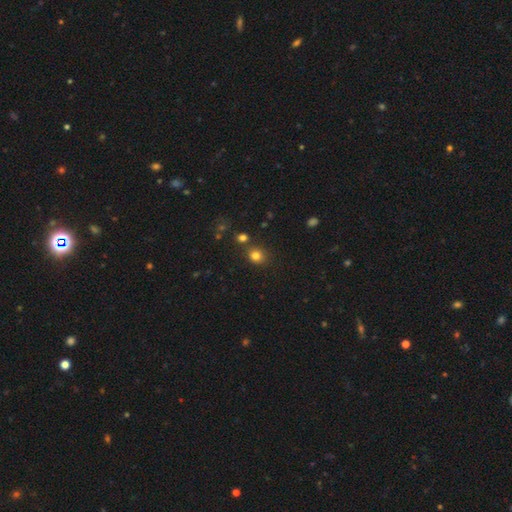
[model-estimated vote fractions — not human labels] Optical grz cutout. It shows a smooth galaxy with no disk features (80%) that is round (75%). Merging: none (78%).